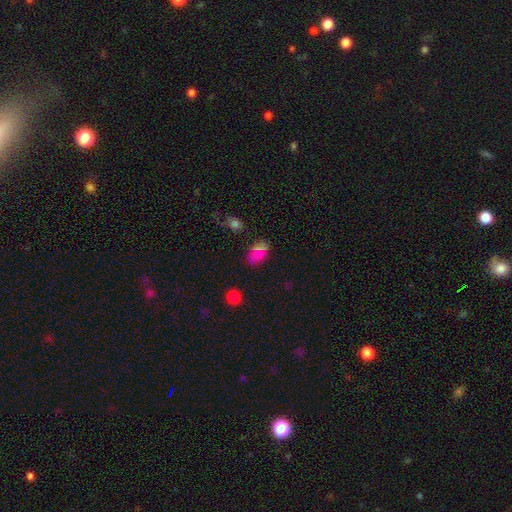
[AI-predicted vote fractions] smooth-or-featured: smooth: 68% | star or artifact: 25% | featured or disk: 7%
  how-rounded: in between: 85% | round: 12% | cigar-shaped: 3%
  merging: none: 80% | minor disturbance: 13% | major disturbance: 4% | merger: 3%